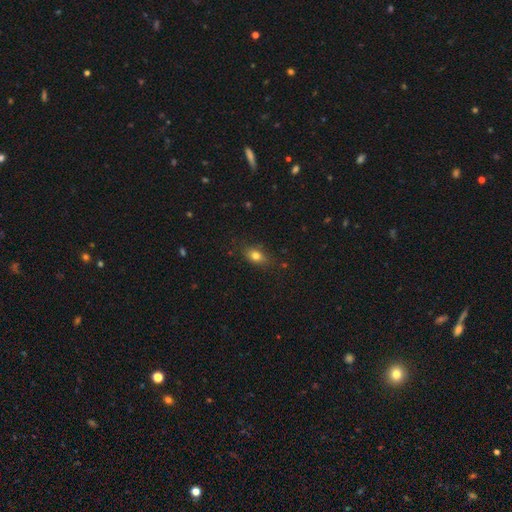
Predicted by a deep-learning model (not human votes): Smooth or featured? Predicted: smooth (p=0.79). How rounded? Predicted: in between (p=0.75). Merging? Predicted: none (p=0.78).